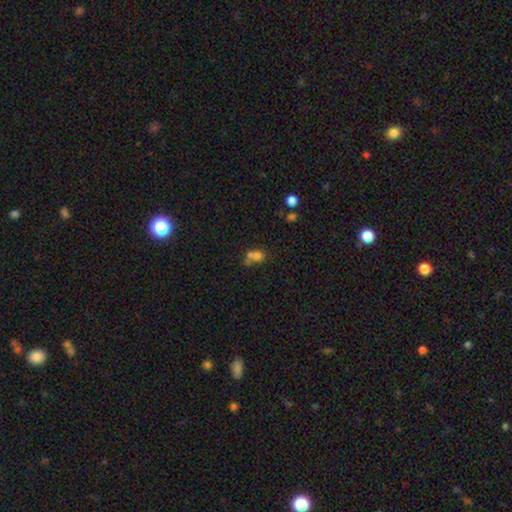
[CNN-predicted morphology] This appears to be a smooth galaxy with no disk features (67%) that is round (60%). Merging: merger (59%).